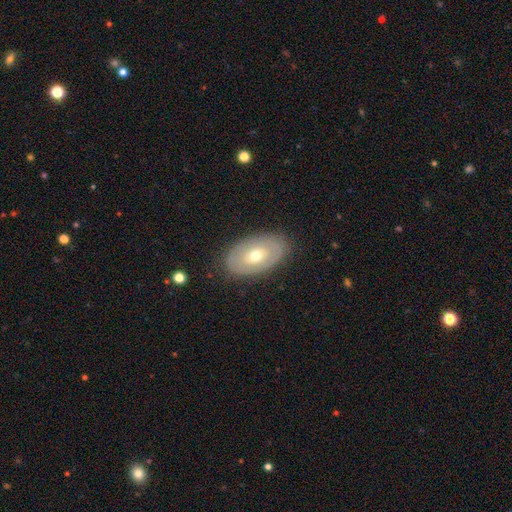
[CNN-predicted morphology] A featured or disk galaxy (49%). Merging: none (84%).